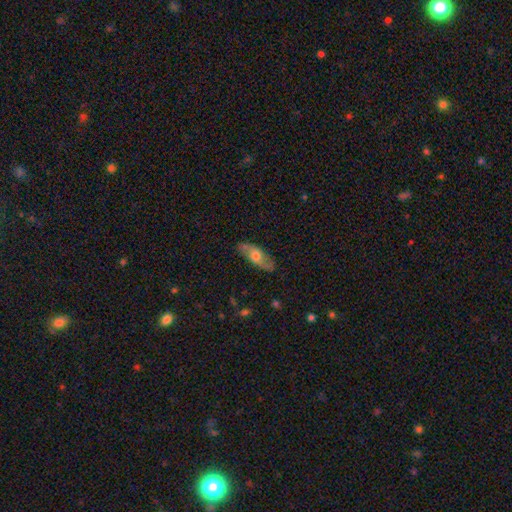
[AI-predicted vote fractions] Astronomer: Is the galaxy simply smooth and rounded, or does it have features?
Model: featured or disk — 50% (runner-up: smooth, 44%).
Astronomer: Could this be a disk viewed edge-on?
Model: no — 66%.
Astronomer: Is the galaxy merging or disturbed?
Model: none — 84%.